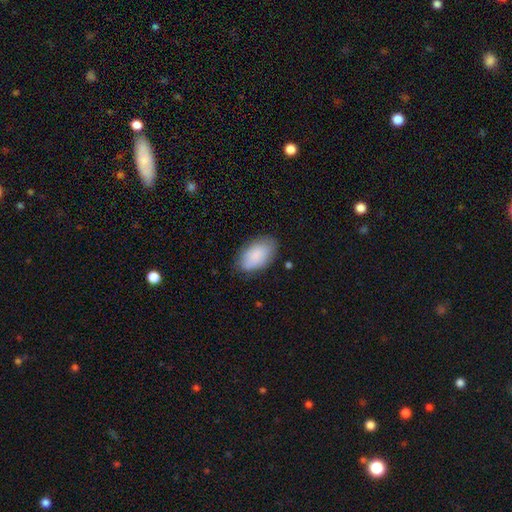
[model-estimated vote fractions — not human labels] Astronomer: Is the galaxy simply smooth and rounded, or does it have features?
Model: smooth — 83%.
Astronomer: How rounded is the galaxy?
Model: in between — 94%.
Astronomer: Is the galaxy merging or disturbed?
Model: none — 74%.